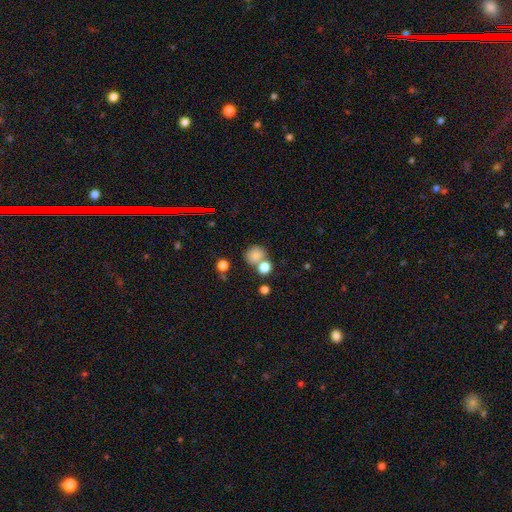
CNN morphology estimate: Q: Smooth or featured?
A: smooth (78%); runner-up: star or artifact (13%)
Q: How rounded?
A: round (83%); runner-up: in between (16%)
Q: Merging?
A: none (55%); runner-up: merger (30%)